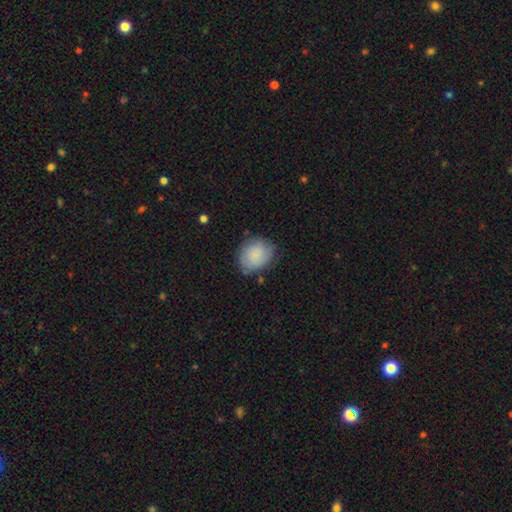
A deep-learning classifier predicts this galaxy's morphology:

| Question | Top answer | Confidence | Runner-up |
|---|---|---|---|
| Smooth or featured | smooth | 78% | featured or disk (15%) |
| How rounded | round | 53% | in between (46%) |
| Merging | none | 72% | minor disturbance (21%) |